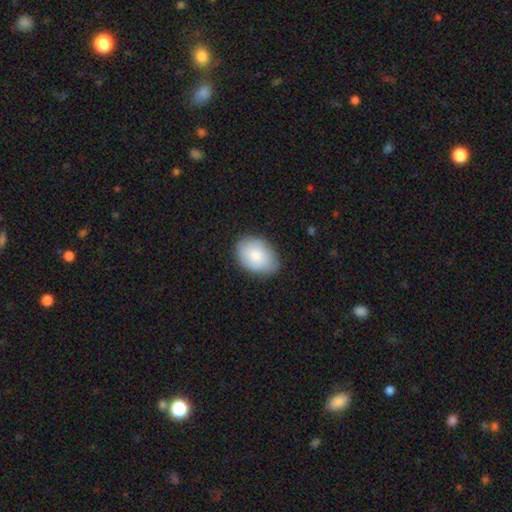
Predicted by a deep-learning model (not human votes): smooth-or-featured: smooth: 81% | featured or disk: 13% | star or artifact: 6%
  how-rounded: in between: 83% | round: 16% | cigar-shaped: 1%
  merging: none: 79% | minor disturbance: 17% | major disturbance: 3% | merger: 1%